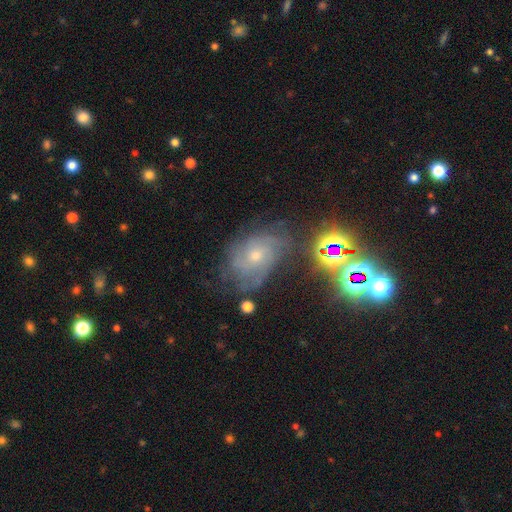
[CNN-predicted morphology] The model was most divided on "bulge size": small: 52%, moderate: 43%, large: 2%, none: 2%, dominant: 1%. More confident: edge-on disk — no (96%); spiral arms — yes (84%); bar — no (79%); smooth or featured — featured or disk (62%); merging — none (56%).